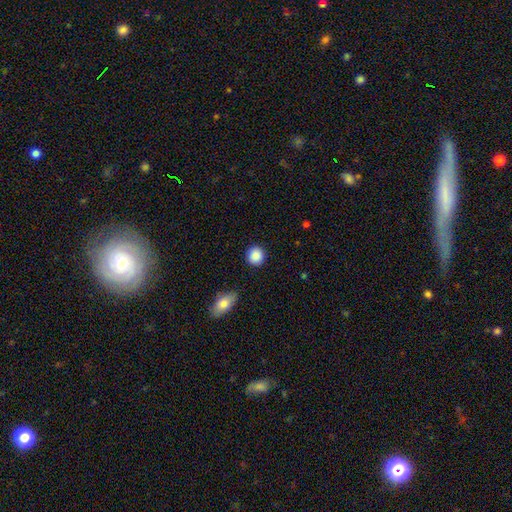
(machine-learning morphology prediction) smooth_or_featured: smooth (p=0.89) [alt: star or artifact p=0.07]
how_rounded: round (p=0.88) [alt: in between p=0.11]
merging: none (p=0.89) [alt: minor disturbance p=0.07]